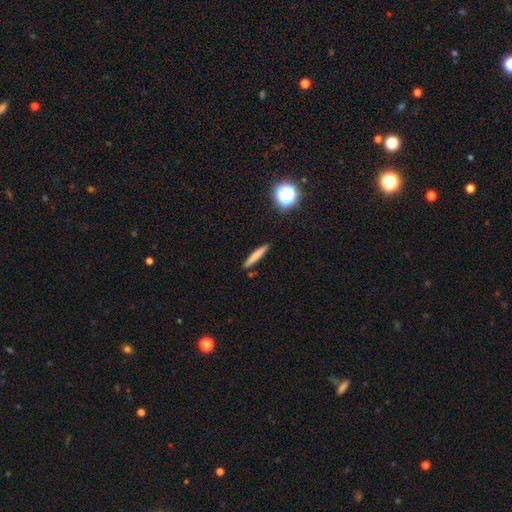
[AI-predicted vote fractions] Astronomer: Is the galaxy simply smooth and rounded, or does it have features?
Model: smooth — 72%.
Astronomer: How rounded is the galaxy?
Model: cigar-shaped — 92%.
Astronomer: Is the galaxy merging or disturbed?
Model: none — 89%.